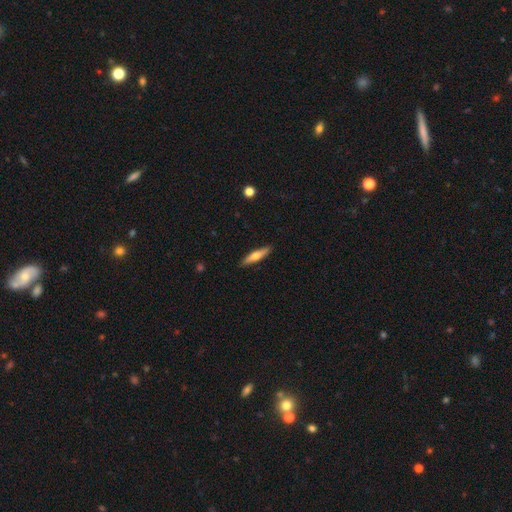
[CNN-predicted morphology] Smooth or featured?
  - smooth: 58% *
  - featured or disk: 37%
  - star or artifact: 6%
How rounded?
  - cigar-shaped: 81% *
  - in between: 17%
  - round: 2%
Merging?
  - none: 90% *
  - minor disturbance: 8%
  - major disturbance: 2%
  - merger: 1%